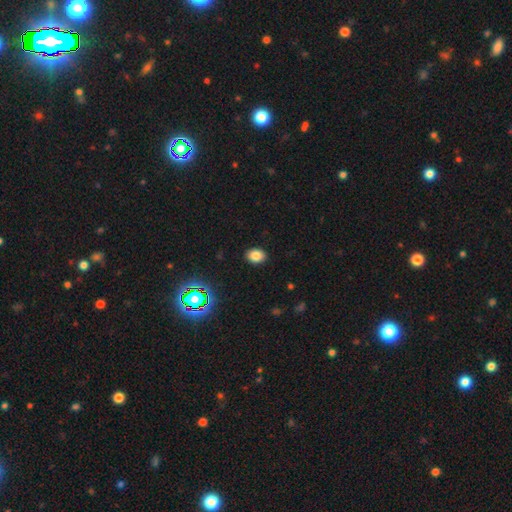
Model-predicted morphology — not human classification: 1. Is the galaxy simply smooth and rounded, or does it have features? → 82% smooth, 12% star or artifact, 5% featured or disk.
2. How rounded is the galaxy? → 64% in between, 35% round, 1% cigar-shaped.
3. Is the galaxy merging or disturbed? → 90% none, 7% minor disturbance, 2% major disturbance, 1% merger.